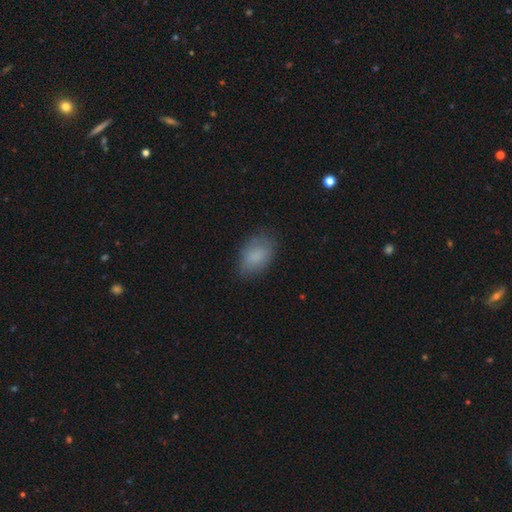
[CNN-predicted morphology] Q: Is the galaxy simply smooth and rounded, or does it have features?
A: smooth — 83%.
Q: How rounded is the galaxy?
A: in between — 89%.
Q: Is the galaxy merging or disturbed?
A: none — 76%.